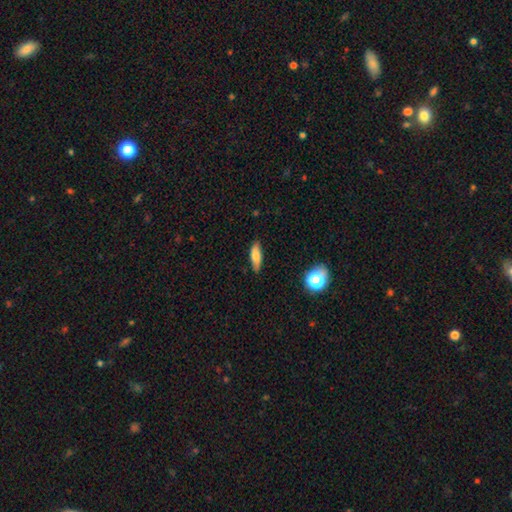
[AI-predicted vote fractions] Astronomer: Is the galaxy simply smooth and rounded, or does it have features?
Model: smooth — 75%.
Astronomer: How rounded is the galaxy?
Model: in between — 55% (runner-up: cigar-shaped, 42%).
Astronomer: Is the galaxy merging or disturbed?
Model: none — 81%.